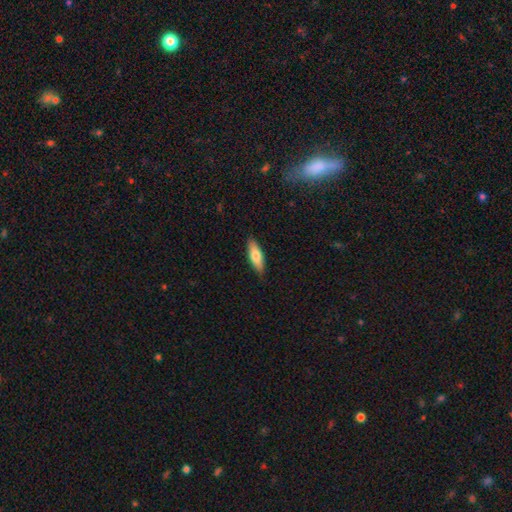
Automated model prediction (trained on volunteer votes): This appears to be a smooth galaxy with no disk features (72%) that is in between round and cigar-shaped (53%). Merging: none (87%).